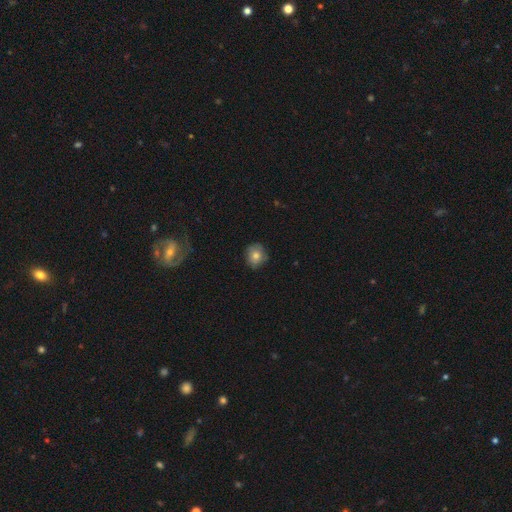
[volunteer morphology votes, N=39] smooth-or-featured: smooth: 77% | featured or disk: 21% | star or artifact: 3%
  how-rounded: round: 93% | in between: 7% | cigar-shaped: 0%
  merging: none: 66% | minor disturbance: 26% | major disturbance: 8% | merger: 0%